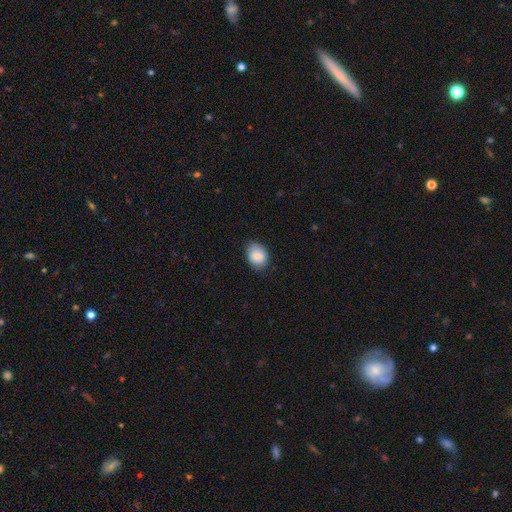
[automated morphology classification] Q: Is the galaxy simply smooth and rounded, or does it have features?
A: smooth — 84%.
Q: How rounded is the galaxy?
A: in between — 60%.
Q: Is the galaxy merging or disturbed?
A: none — 79%.